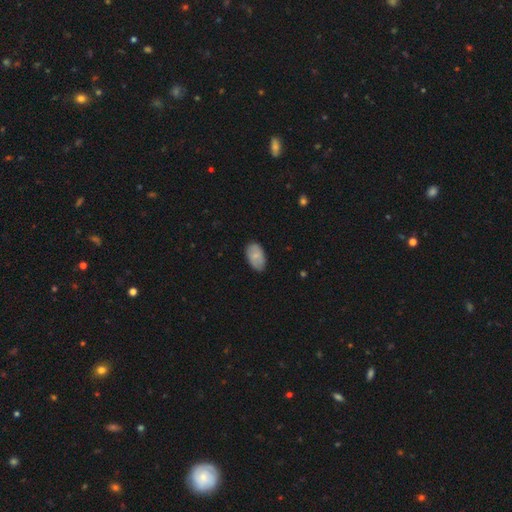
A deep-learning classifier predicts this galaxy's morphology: smooth-or-featured: smooth: 77% | featured or disk: 16% | star or artifact: 7%
  how-rounded: in between: 93% | round: 6% | cigar-shaped: 2%
  merging: none: 75% | minor disturbance: 20% | major disturbance: 3% | merger: 1%